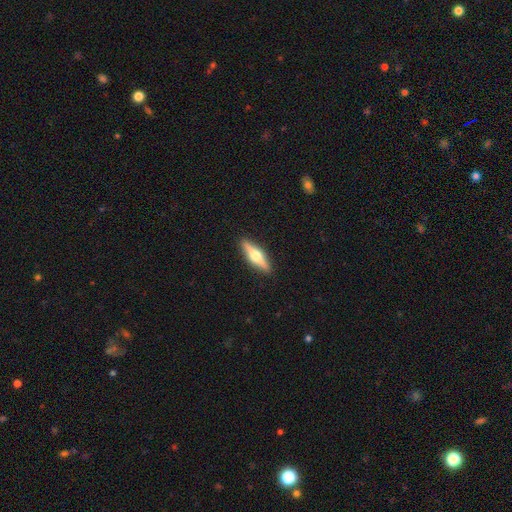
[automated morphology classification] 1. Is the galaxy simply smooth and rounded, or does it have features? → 64% featured or disk, 31% smooth, 5% star or artifact.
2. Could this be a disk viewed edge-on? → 96% yes, 4% no.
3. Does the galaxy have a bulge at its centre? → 95% rounded, 3% boxy, 2% none.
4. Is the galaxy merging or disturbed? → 91% none, 6% minor disturbance, 2% major disturbance, 1% merger.